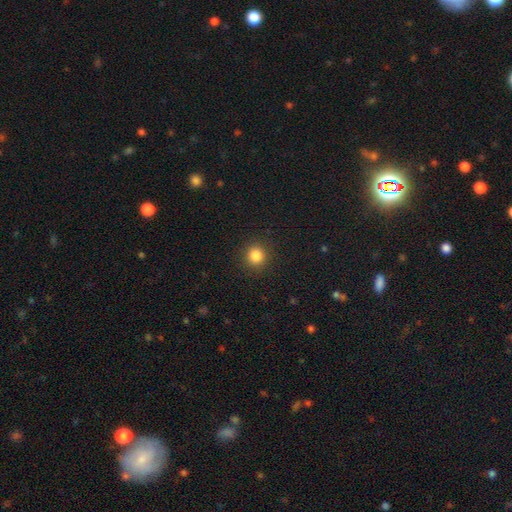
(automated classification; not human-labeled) A smooth galaxy with no disk features (84%) that is round (90%).

Vote fractions:
- Smooth or featured? smooth: 84% / star or artifact: 12% / featured or disk: 4%
- How rounded? round: 90% / in between: 9% / cigar-shaped: 1%
- Merging? none: 91% / minor disturbance: 6% / major disturbance: 2% / merger: 1%